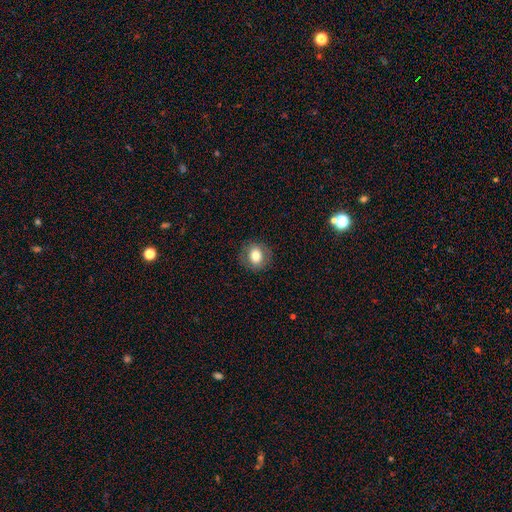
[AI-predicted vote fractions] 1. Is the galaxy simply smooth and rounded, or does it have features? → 74% smooth, 16% featured or disk, 9% star or artifact.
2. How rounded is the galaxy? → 77% round, 22% in between, 1% cigar-shaped.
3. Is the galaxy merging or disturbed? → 86% none, 9% minor disturbance, 4% major disturbance, 1% merger.